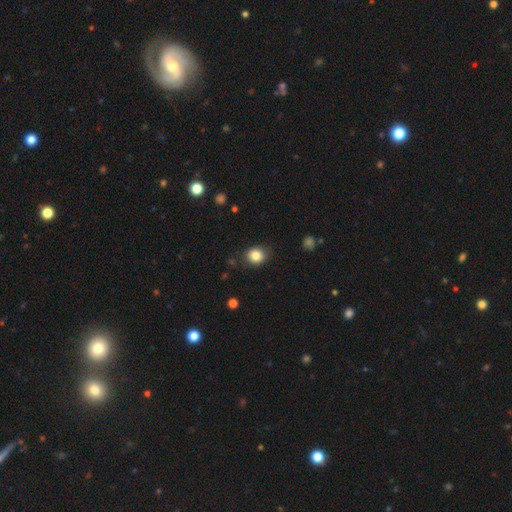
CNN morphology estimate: A smooth galaxy with no disk features (83%) that is round (70%).

Vote fractions:
- Smooth or featured? smooth: 83% / star or artifact: 10% / featured or disk: 6%
- How rounded? round: 70% / in between: 29% / cigar-shaped: 1%
- Merging? none: 84% / minor disturbance: 12% / major disturbance: 3% / merger: 2%